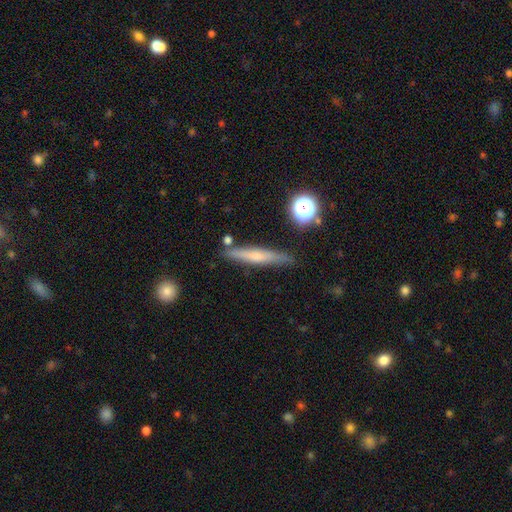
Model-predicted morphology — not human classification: This is possibly a smooth galaxy (46%). Merging: clearly none (82%).